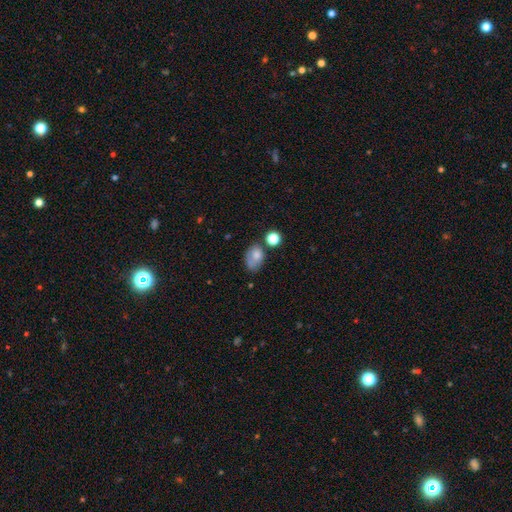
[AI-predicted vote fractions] A smooth galaxy with no disk features (72%) that is in between round and cigar-shaped (77%). Merging: none (46%).